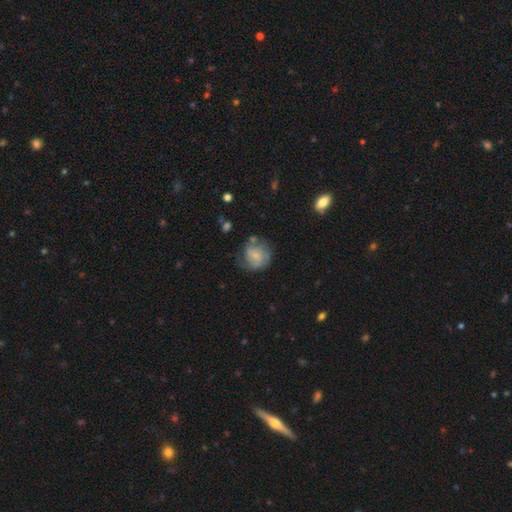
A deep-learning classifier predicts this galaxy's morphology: smooth_or_featured: smooth (p=0.54) [alt: featured or disk p=0.38]
how_rounded: round (p=0.78) [alt: in between p=0.21]
merging: none (p=0.48) [alt: minor disturbance p=0.28]